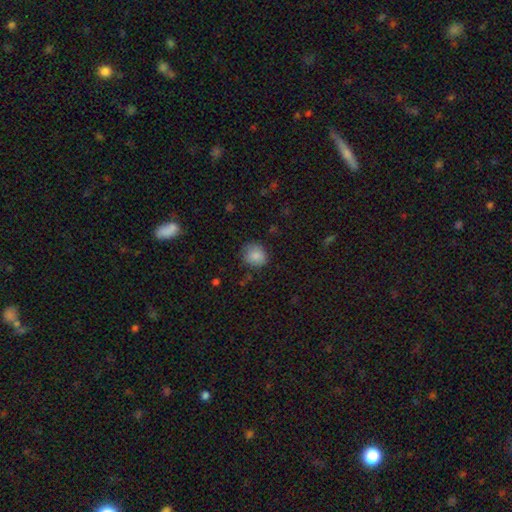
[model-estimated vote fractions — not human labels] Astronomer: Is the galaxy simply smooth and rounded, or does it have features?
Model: smooth — 85%.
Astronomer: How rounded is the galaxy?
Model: round — 77%.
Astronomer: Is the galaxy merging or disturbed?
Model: none — 77%.